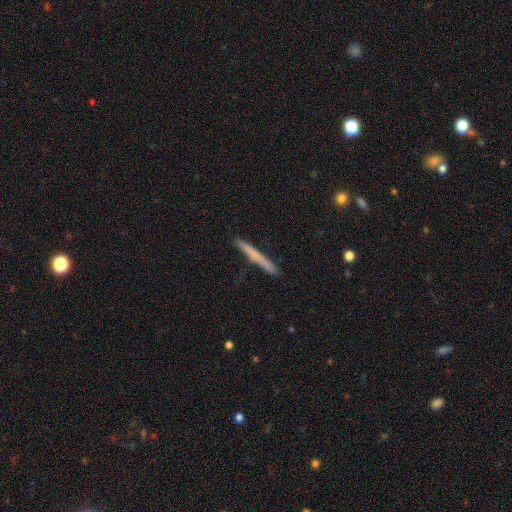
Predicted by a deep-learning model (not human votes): This appears to be a smooth galaxy with no disk features (63%) that is cigar-shaped (97%). Merging: none (90%).